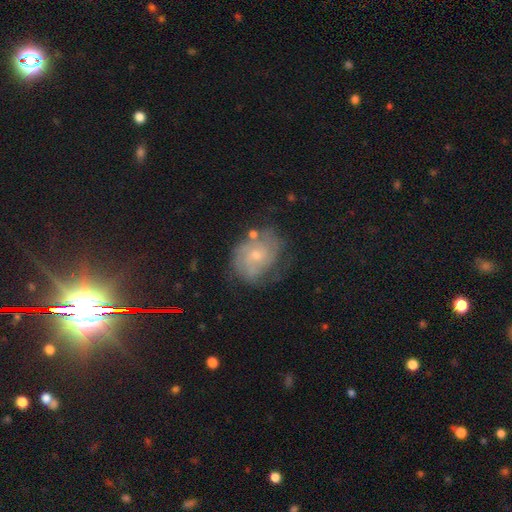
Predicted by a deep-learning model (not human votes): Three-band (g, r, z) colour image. It shows a featured or disk galaxy (70%) with no bar (74%), tight (57%) spiral arms (84%) and a small central bulge (63%). Merging: none (60%).